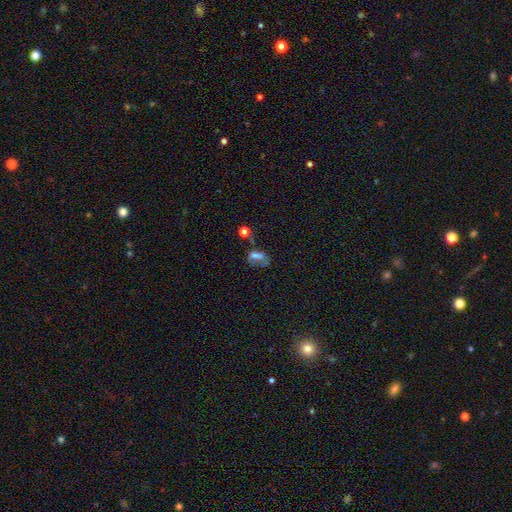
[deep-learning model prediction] smooth_or_featured: smooth (p=0.45) [alt: featured or disk p=0.32]
merging: none (p=0.34) [alt: major disturbance p=0.31]